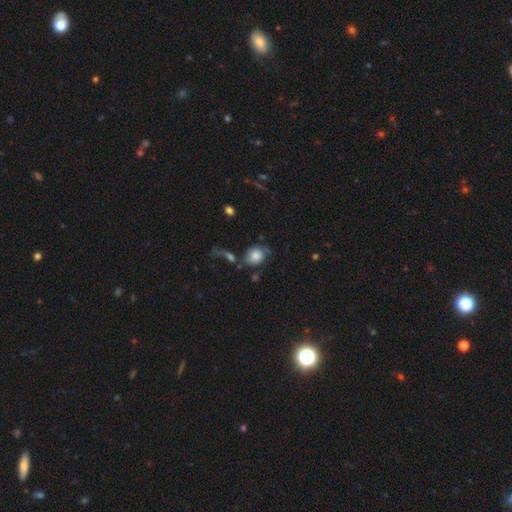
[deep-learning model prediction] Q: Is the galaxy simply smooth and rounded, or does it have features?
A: smooth — 80%.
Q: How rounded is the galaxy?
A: round — 51%.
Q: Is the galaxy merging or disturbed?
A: none — 55%.